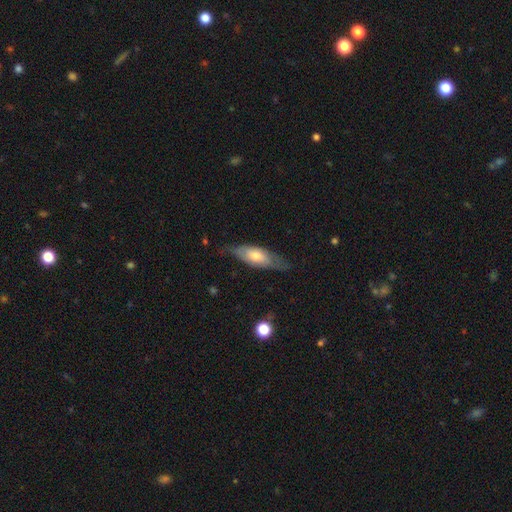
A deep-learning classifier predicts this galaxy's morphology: Smooth or featured?
  - smooth: 51% *
  - featured or disk: 43%
  - star or artifact: 6%
How rounded?
  - in between: 68% *
  - cigar-shaped: 29%
  - round: 3%
Merging?
  - none: 61% *
  - minor disturbance: 28%
  - major disturbance: 9%
  - merger: 2%